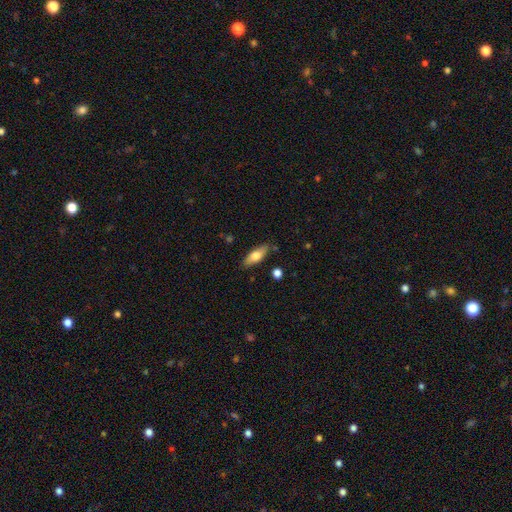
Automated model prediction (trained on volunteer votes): A smooth galaxy with no disk features (67%) that is in between round and cigar-shaped (67%). Merging: none (83%).